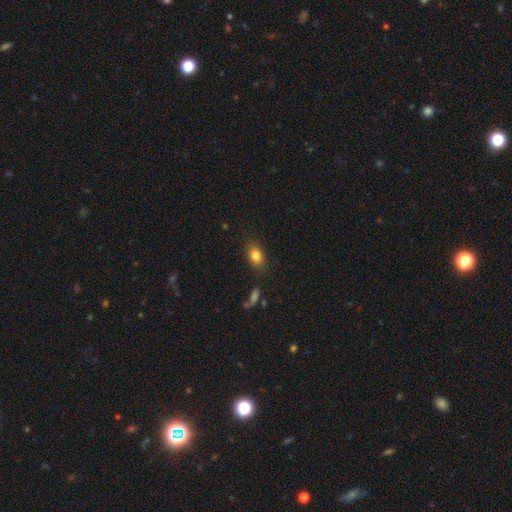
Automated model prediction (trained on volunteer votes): This appears to be a smooth galaxy with no disk features (83%) that is in between round and cigar-shaped (78%). Merging: none (82%).